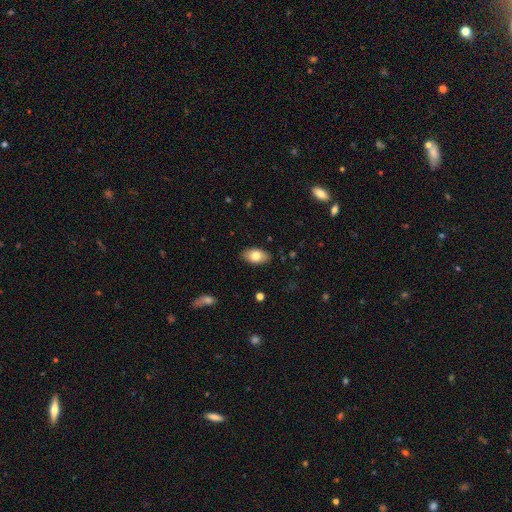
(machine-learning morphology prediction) smooth-or-featured: smooth: 79% | featured or disk: 15% | star or artifact: 7%
  how-rounded: in between: 93% | round: 6% | cigar-shaped: 2%
  merging: none: 88% | minor disturbance: 9% | major disturbance: 2% | merger: 1%